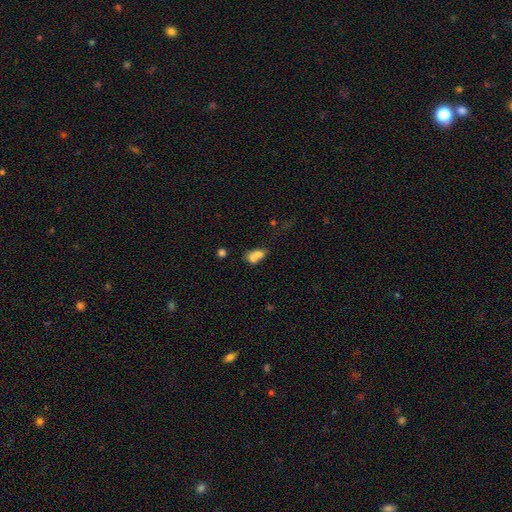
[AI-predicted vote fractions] smooth_or_featured: smooth (p=0.71) [alt: featured or disk p=0.17]
how_rounded: in between (p=0.74) [alt: round p=0.21]
merging: merger (p=0.53) [alt: none p=0.24]